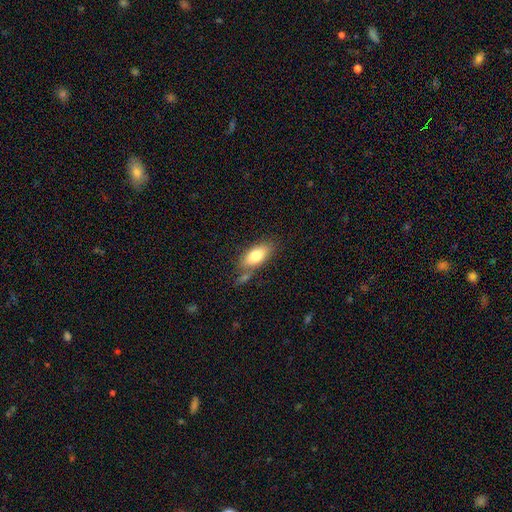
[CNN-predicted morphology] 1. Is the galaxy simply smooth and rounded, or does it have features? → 80% smooth, 13% featured or disk, 7% star or artifact.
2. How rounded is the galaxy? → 87% in between, 10% cigar-shaped, 3% round.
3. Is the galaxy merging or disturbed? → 61% none, 18% minor disturbance, 16% merger, 5% major disturbance.